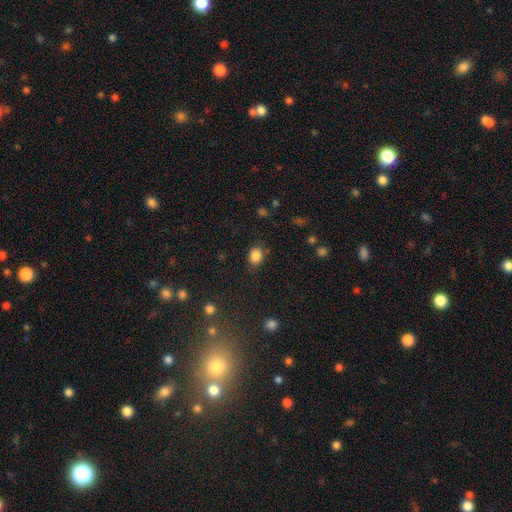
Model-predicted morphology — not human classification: Smooth or featured: smooth — 85% (star or artifact — 11%)
How rounded: round — 56% (in between — 43%)
Merging: none — 81% (minor disturbance — 13%)